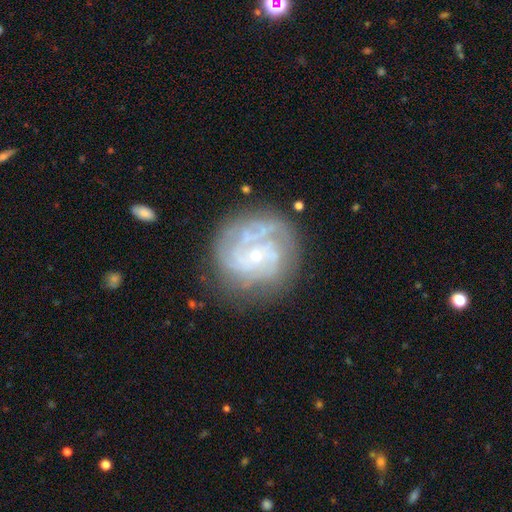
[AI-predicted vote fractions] Q: Smooth or featured?
A: featured or disk (79%); runner-up: smooth (13%)
Q: Edge-on disk?
A: no (98%); runner-up: yes (2%)
Q: Bar?
A: no (76%); runner-up: weak (20%)
Q: Spiral arms?
A: yes (87%); runner-up: no (13%)
Q: Spiral winding?
A: tight (59%); runner-up: medium (31%)
Q: Spiral arm count?
A: can't tell (35%); runner-up: 3 (22%)
Q: Bulge size?
A: small (70%); runner-up: moderate (25%)
Q: Merging?
A: none (70%); runner-up: minor disturbance (17%)